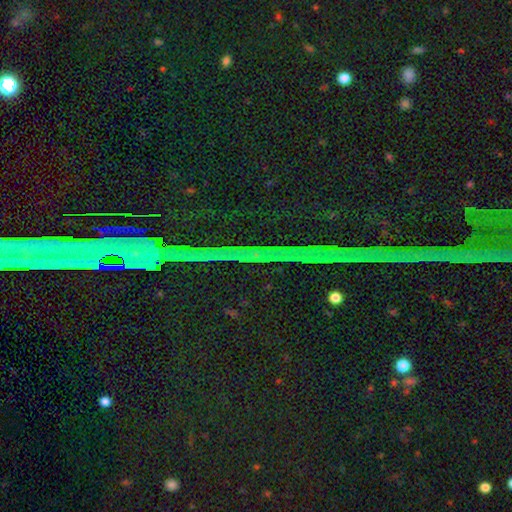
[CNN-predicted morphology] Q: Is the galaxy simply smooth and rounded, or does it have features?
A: star or artifact — 83%.